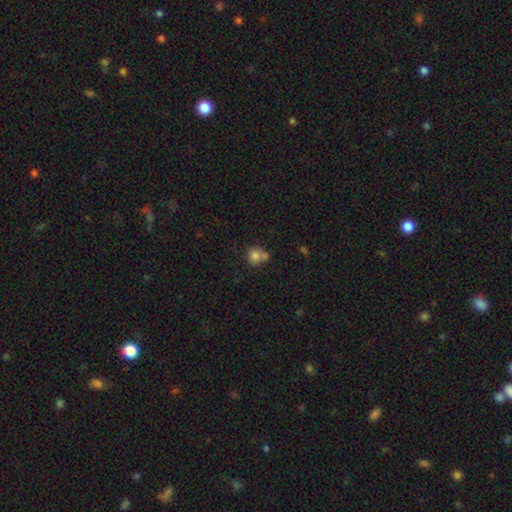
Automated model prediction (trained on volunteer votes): Smooth or featured? smooth (78%)
How rounded? round (83%)
Merging? none (45%)